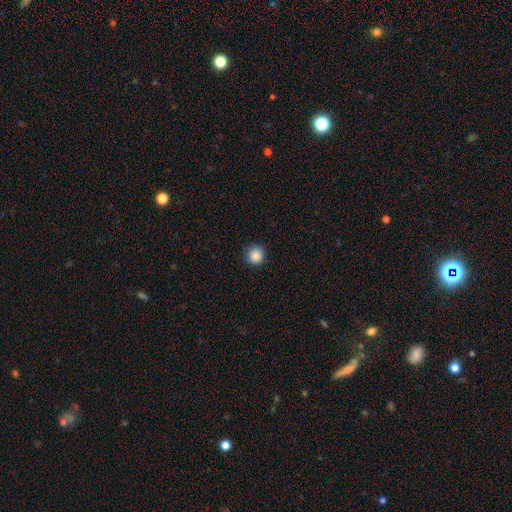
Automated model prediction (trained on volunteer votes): smooth-or-featured: smooth: 87% | star or artifact: 10% | featured or disk: 3%
  how-rounded: round: 92% | in between: 7% | cigar-shaped: 1%
  merging: none: 85% | minor disturbance: 12% | major disturbance: 3% | merger: 1%